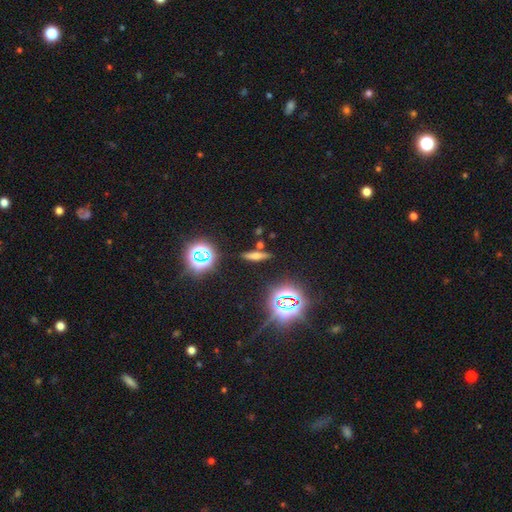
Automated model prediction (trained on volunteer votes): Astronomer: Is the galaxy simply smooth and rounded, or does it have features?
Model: smooth — 49% (runner-up: star or artifact, 26%).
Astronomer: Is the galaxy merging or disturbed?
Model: none — 82%.